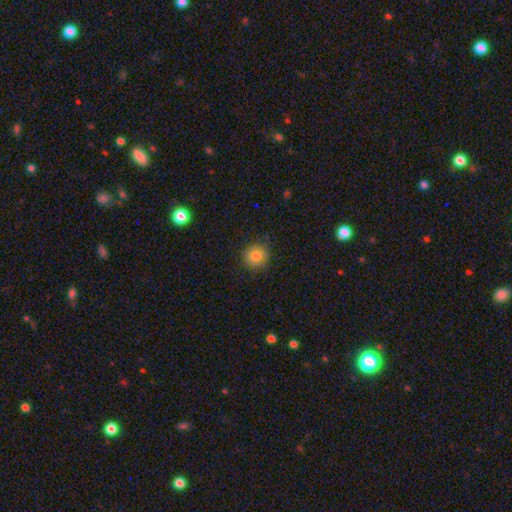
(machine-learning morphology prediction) The model was most divided on "merging": none: 83%, minor disturbance: 13%, major disturbance: 3%, merger: 1%. More confident: how rounded — round (90%); smooth or featured — smooth (82%).